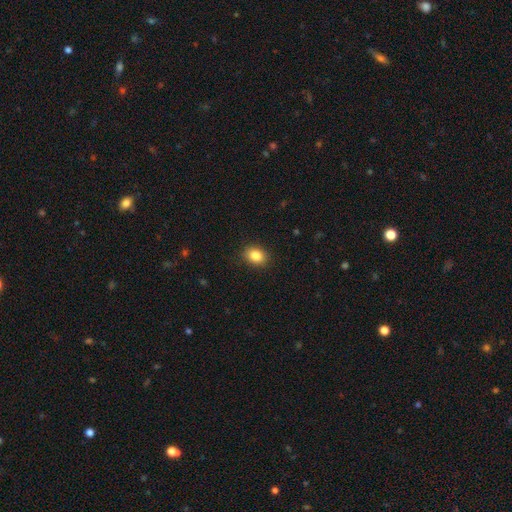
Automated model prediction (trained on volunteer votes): smooth_or_featured: smooth (p=0.85) [alt: star or artifact p=0.09]
how_rounded: in between (p=0.61) [alt: round p=0.38]
merging: none (p=0.89) [alt: minor disturbance p=0.08]